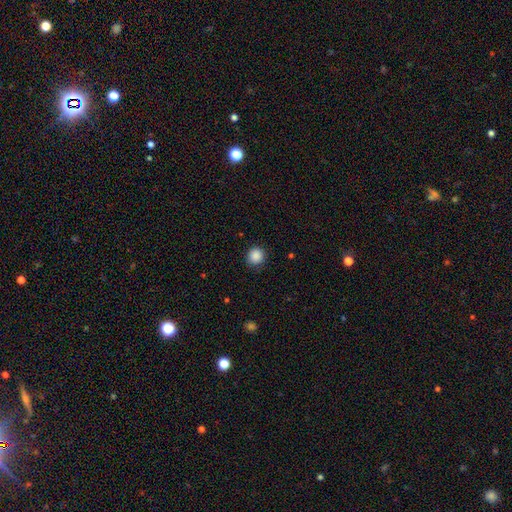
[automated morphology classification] Q: Smooth or featured?
A: smooth (88%); runner-up: star or artifact (10%)
Q: How rounded?
A: round (92%); runner-up: in between (7%)
Q: Merging?
A: none (89%); runner-up: minor disturbance (8%)